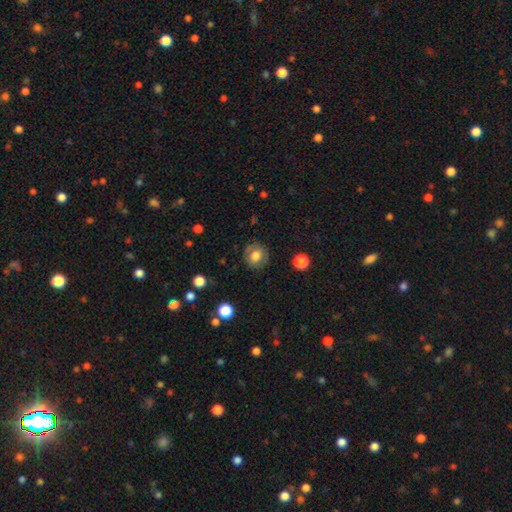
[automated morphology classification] Smooth or featured?
  - smooth: 74% *
  - featured or disk: 16%
  - star or artifact: 10%
How rounded?
  - round: 85% *
  - in between: 14%
  - cigar-shaped: 1%
Merging?
  - none: 82% *
  - minor disturbance: 12%
  - major disturbance: 4%
  - merger: 1%